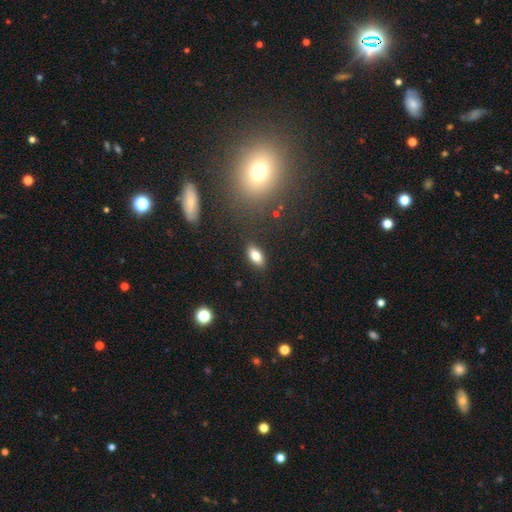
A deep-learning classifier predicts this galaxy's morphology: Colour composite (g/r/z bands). It shows a smooth galaxy with no disk features (81%) that is in between round and cigar-shaped (88%). Merging: none (86%).